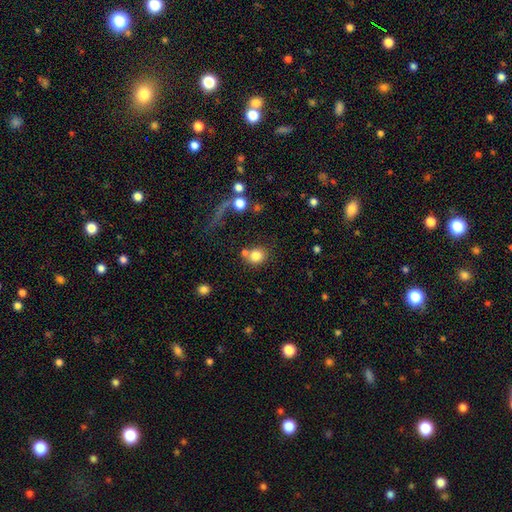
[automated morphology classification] This appears to be a smooth galaxy with no disk features (81%) that is round (80%). Merging: none (64%).